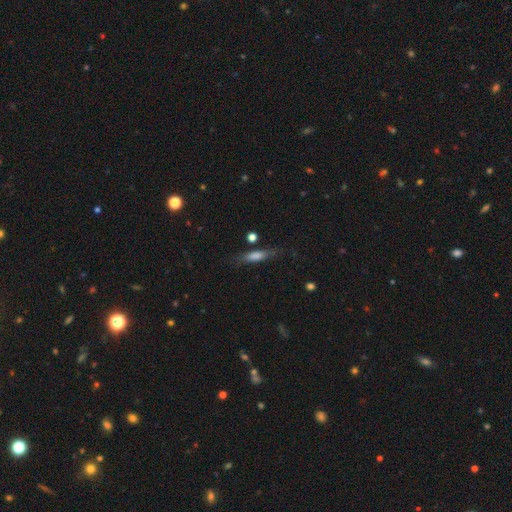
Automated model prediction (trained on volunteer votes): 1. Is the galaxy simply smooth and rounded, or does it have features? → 66% smooth, 25% featured or disk, 8% star or artifact.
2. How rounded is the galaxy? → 73% cigar-shaped, 24% in between, 3% round.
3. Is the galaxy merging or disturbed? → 73% none, 18% minor disturbance, 6% major disturbance, 3% merger.